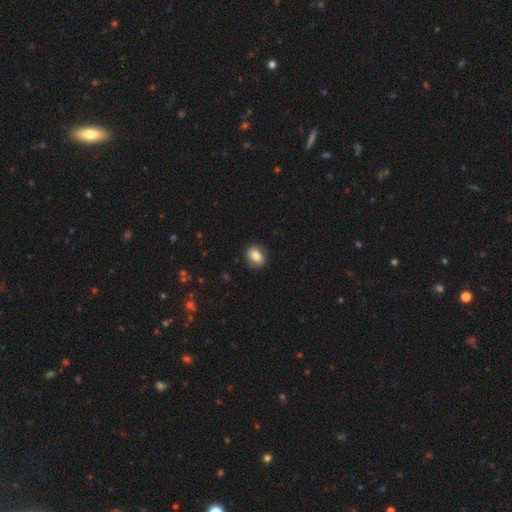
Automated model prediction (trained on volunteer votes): This appears to be a smooth galaxy with no disk features (79%) that is in between round and cigar-shaped (63%). Merging: none (86%).